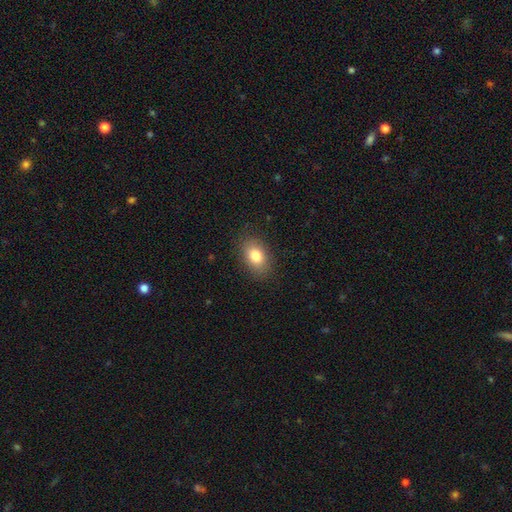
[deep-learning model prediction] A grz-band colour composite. It shows a smooth galaxy with no disk features (82%) that is in between round and cigar-shaped (84%). Merging: none (85%).